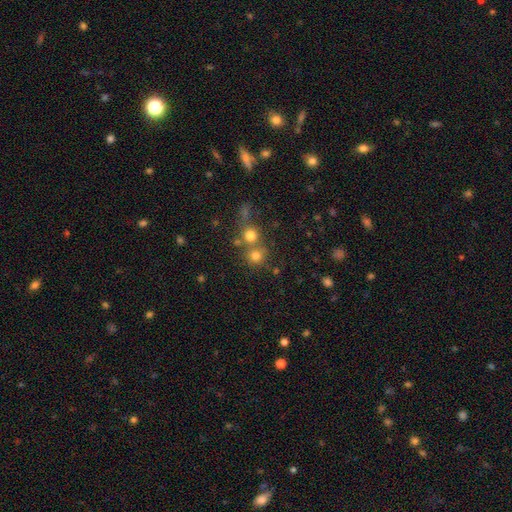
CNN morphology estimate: smooth-or-featured: smooth: 75% | star or artifact: 16% | featured or disk: 9%
  how-rounded: round: 89% | in between: 10% | cigar-shaped: 1%
  merging: none: 57% | merger: 33% | minor disturbance: 7% | major disturbance: 4%